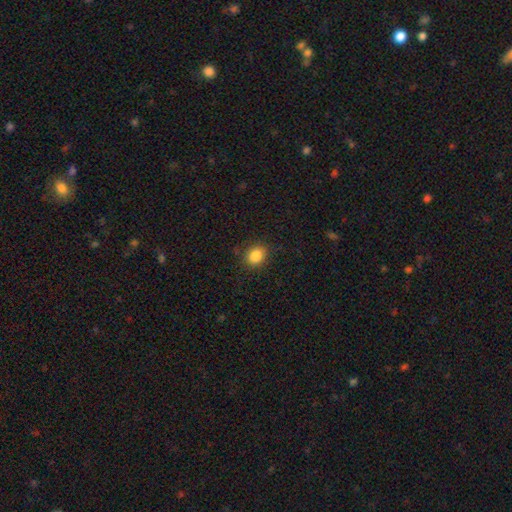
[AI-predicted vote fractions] The model was most divided on "how rounded": round: 56%, in between: 43%, cigar-shaped: 1%. More confident: smooth or featured — smooth (86%); merging — none (85%).